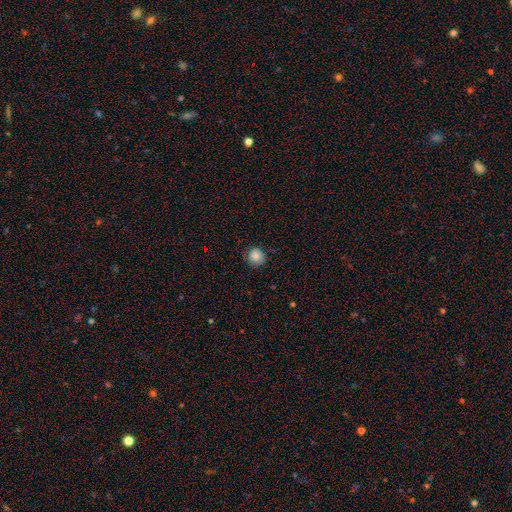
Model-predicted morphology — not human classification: A smooth galaxy with no disk features (82%) that is round (87%).

Vote fractions:
- Smooth or featured? smooth: 82% / star or artifact: 10% / featured or disk: 8%
- How rounded? round: 87% / in between: 12% / cigar-shaped: 1%
- Merging? none: 79% / minor disturbance: 17% / major disturbance: 3% / merger: 1%